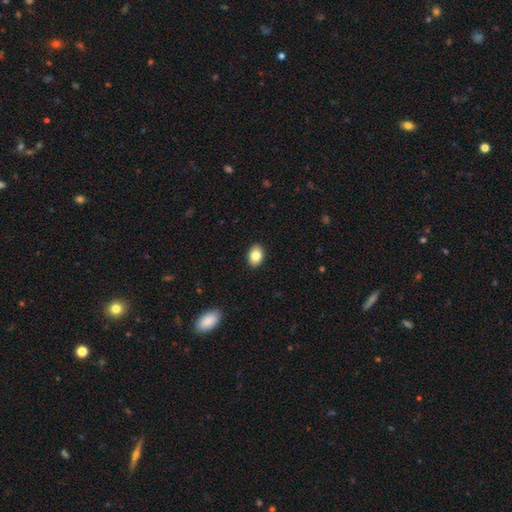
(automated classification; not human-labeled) Q: Smooth or featured?
A: smooth (83%); runner-up: featured or disk (9%)
Q: How rounded?
A: in between (77%); runner-up: round (22%)
Q: Merging?
A: none (91%); runner-up: minor disturbance (7%)